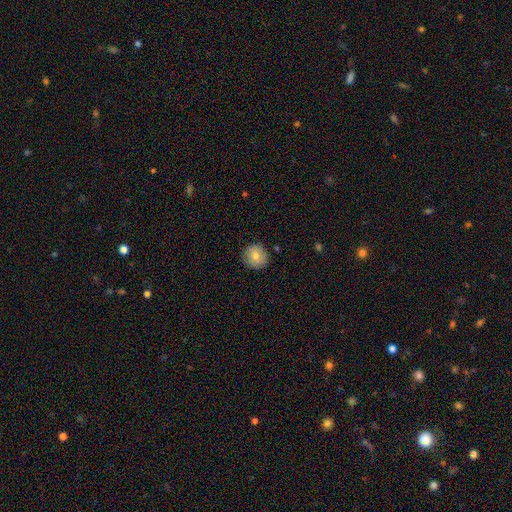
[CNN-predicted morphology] A smooth galaxy with no disk features (78%) that is round (91%). Merging: none (88%).